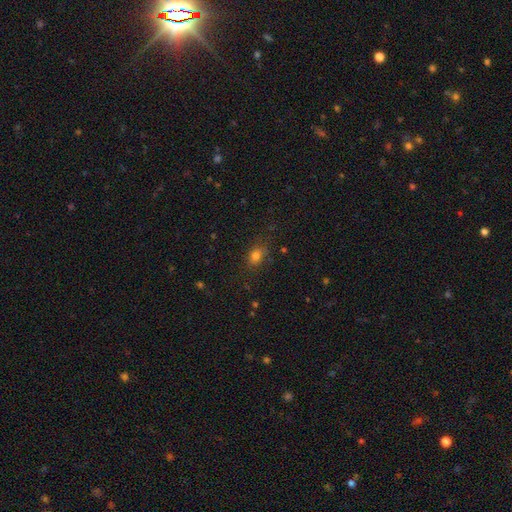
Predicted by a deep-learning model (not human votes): Smooth or featured?
  - smooth: 79% *
  - star or artifact: 13%
  - featured or disk: 8%
How rounded?
  - in between: 64% *
  - round: 34%
  - cigar-shaped: 2%
Merging?
  - none: 76% *
  - minor disturbance: 16%
  - major disturbance: 6%
  - merger: 2%